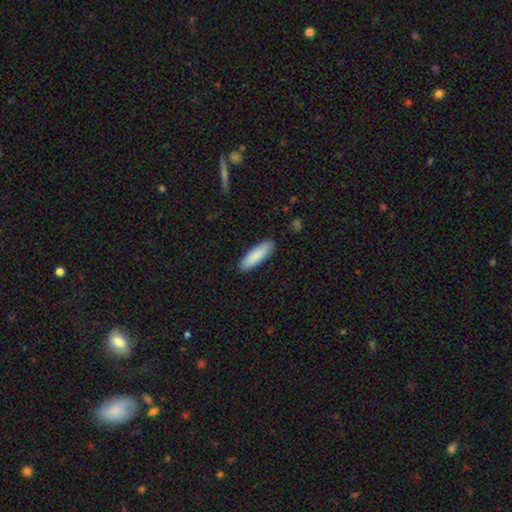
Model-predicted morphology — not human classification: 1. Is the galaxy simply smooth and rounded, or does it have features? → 87% smooth, 7% featured or disk, 5% star or artifact.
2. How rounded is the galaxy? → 53% cigar-shaped, 46% in between, 1% round.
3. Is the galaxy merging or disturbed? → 90% none, 8% minor disturbance, 2% major disturbance, 1% merger.